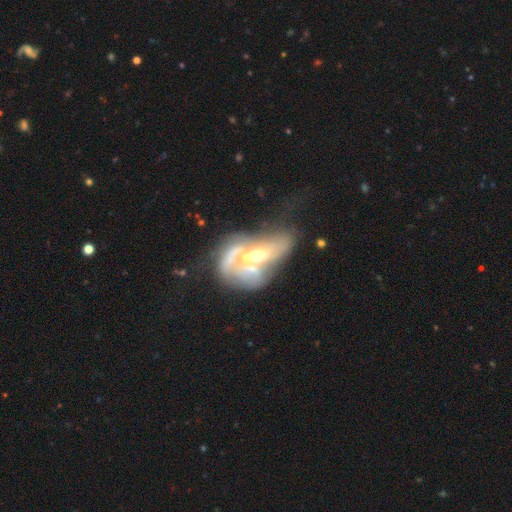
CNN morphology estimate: Smooth or featured?
  - featured or disk: 69% *
  - smooth: 21%
  - star or artifact: 10%
Edge-on disk?
  - no: 95% *
  - yes: 5%
Bar?
  - no: 74% *
  - weak: 19%
  - strong: 7%
Spiral arms?
  - no: 63% *
  - yes: 37%
Bulge size?
  - moderate: 64% *
  - small: 19%
  - large: 9%
  - none: 6%
  - dominant: 2%
Merging?
  - merger: 50% *
  - major disturbance: 28%
  - none: 13%
  - minor disturbance: 9%